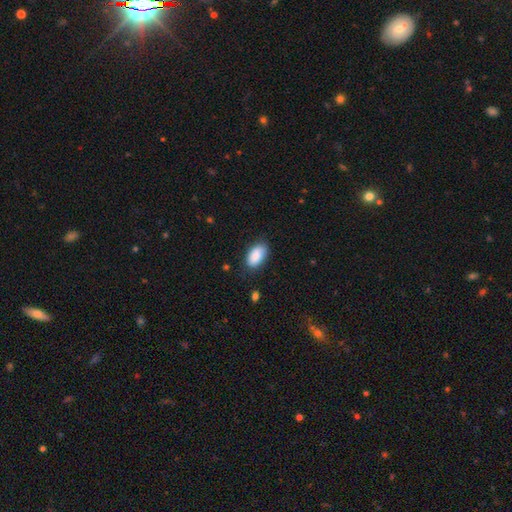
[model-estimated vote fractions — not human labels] Morphology: type=smooth (88%); roundness=in between (94%); merging=none (79%).